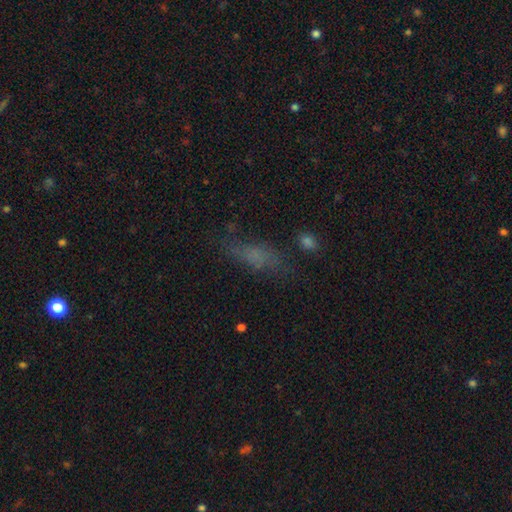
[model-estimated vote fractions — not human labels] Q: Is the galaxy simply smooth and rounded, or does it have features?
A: smooth — 54%.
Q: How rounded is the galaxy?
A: in between — 52%.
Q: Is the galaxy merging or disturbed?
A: none — 57%.